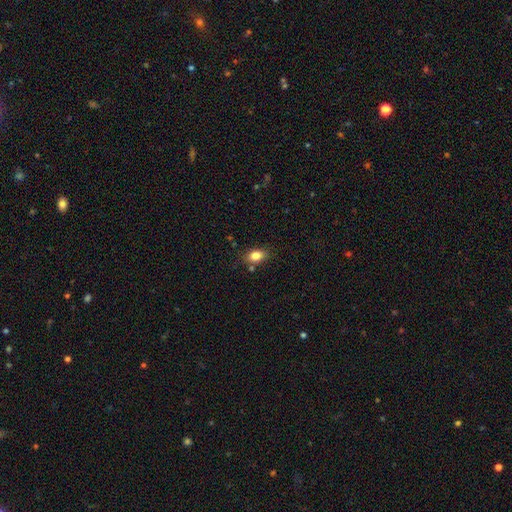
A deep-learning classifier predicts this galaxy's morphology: type=smooth (82%); roundness=in between (83%); merging=none (80%).